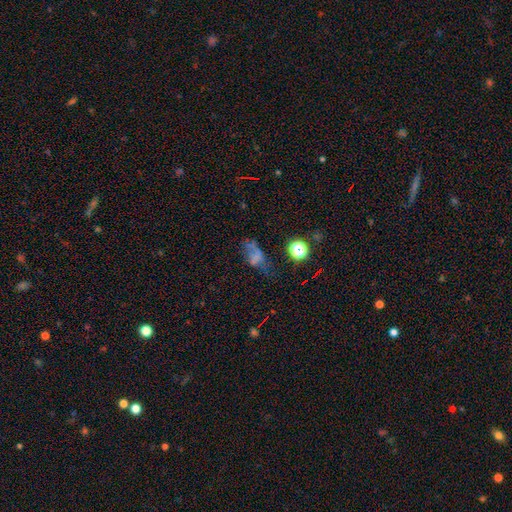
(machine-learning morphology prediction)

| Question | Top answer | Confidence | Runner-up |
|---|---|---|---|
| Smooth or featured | smooth | 46% | star or artifact (28%) |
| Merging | none | 39% | major disturbance (30%) |